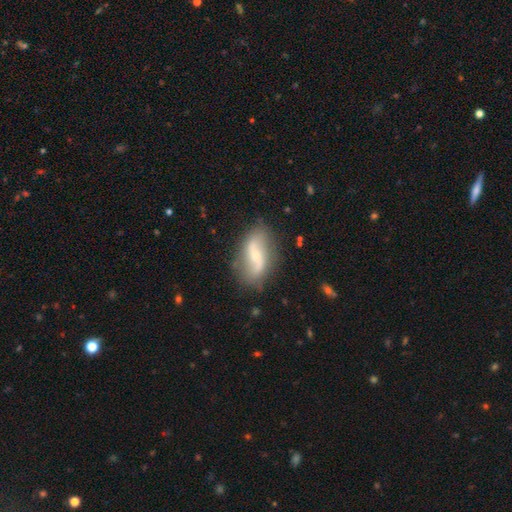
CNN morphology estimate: Smooth or featured?
  - featured or disk: 74% *
  - smooth: 19%
  - star or artifact: 7%
Edge-on disk?
  - no: 95% *
  - yes: 5%
Bar?
  - weak: 40% *
  - no: 35%
  - strong: 24%
Spiral arms?
  - yes: 90% *
  - no: 10%
Spiral winding?
  - loose: 78% *
  - medium: 17%
  - tight: 6%
Spiral arm count?
  - 2: 90% *
  - can't tell: 5%
  - 1: 2%
  - 3: 1%
  - 4: 1%
  - more than 4: 1%
Bulge size?
  - small: 61% *
  - moderate: 32%
  - none: 3%
  - large: 2%
  - dominant: 1%
Merging?
  - none: 78% *
  - minor disturbance: 14%
  - major disturbance: 5%
  - merger: 2%